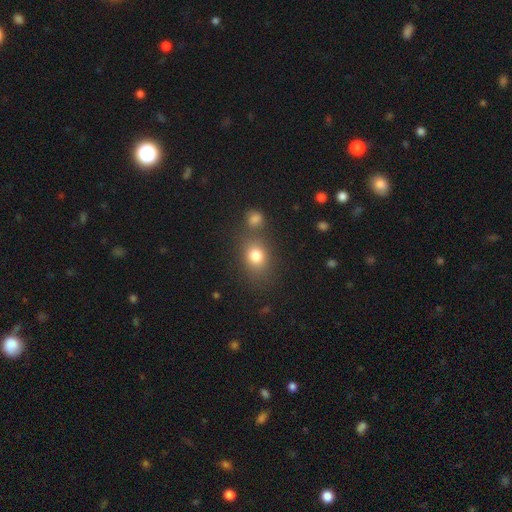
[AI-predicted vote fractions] A smooth galaxy with no disk features (79%) that is in between round and cigar-shaped (50%). Merging: none (65%).